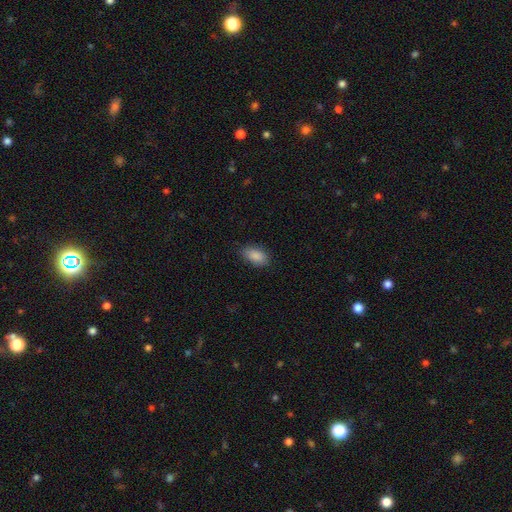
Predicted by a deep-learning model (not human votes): This appears to be a smooth galaxy with no disk features (89%) that is in between round and cigar-shaped (93%). Merging: none (83%).